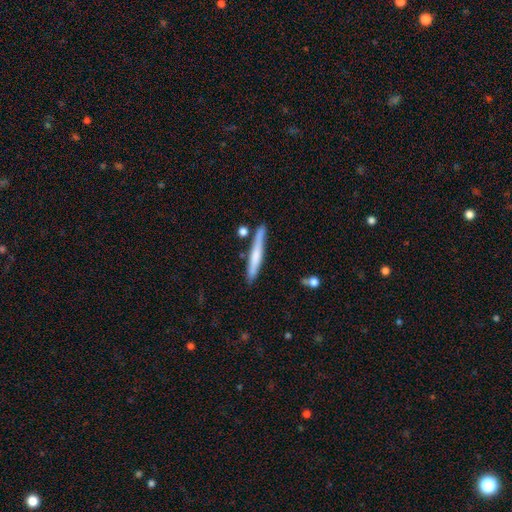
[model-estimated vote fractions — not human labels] This is possibly a smooth galaxy (56%). How rounded: clearly cigar-shaped (95%). Merging: clearly none (83%).